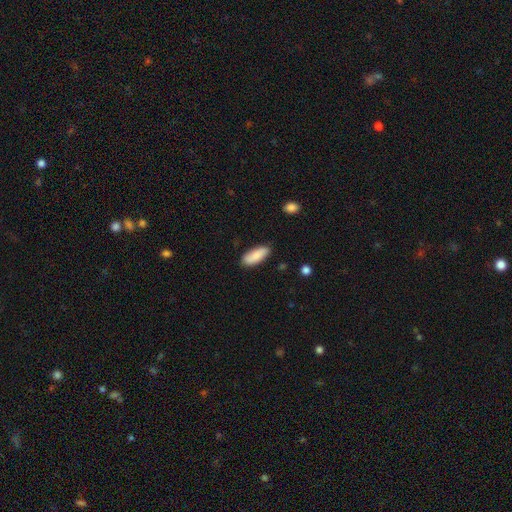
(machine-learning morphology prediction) Smooth or featured? smooth (87%)
How rounded? in between (75%)
Merging? none (85%)